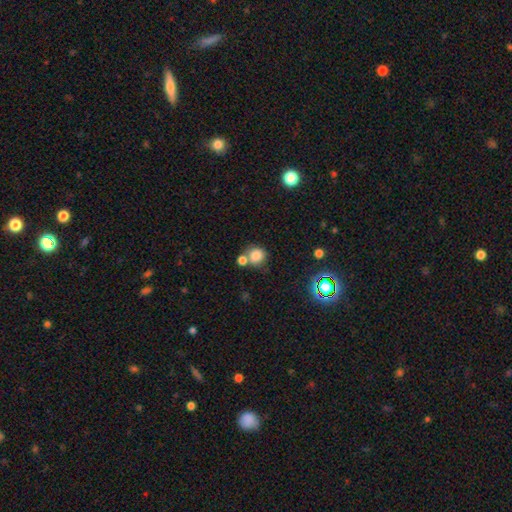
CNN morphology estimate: smooth 81%, star or artifact 12%, featured or disk 7%. Down the decision tree: how rounded — round (87%); merging — none (56%).